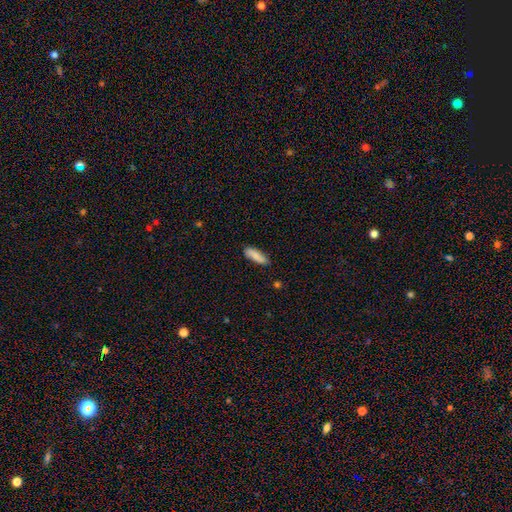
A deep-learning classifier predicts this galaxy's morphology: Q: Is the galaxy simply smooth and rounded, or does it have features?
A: smooth — 86%.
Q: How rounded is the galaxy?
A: cigar-shaped — 52%.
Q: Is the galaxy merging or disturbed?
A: none — 80%.